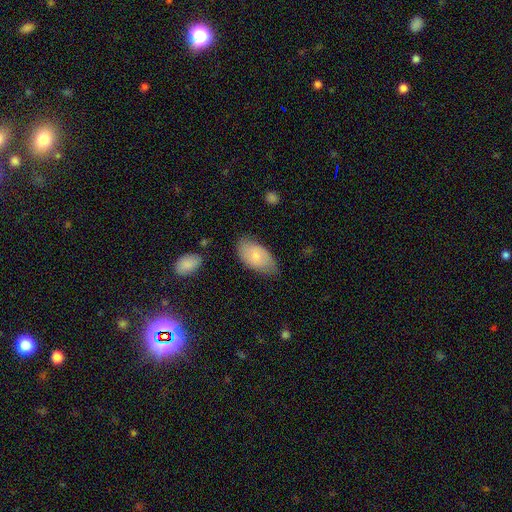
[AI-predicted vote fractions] smooth 73%, featured or disk 21%, star or artifact 6%. Down the decision tree: how rounded — in between (95%); merging — none (67%).